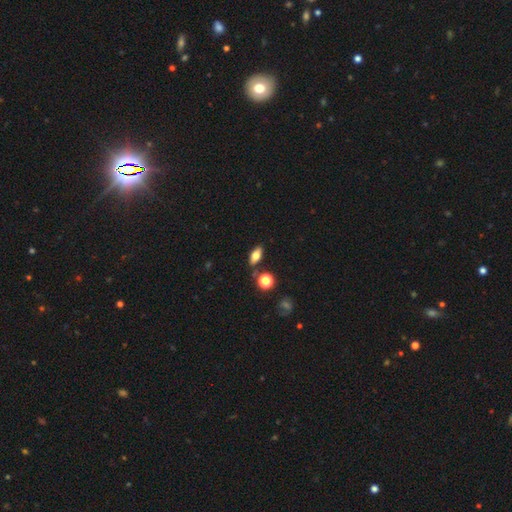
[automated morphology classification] A smooth galaxy with no disk features (70%) that is in between round and cigar-shaped (81%). Merging: none (77%).